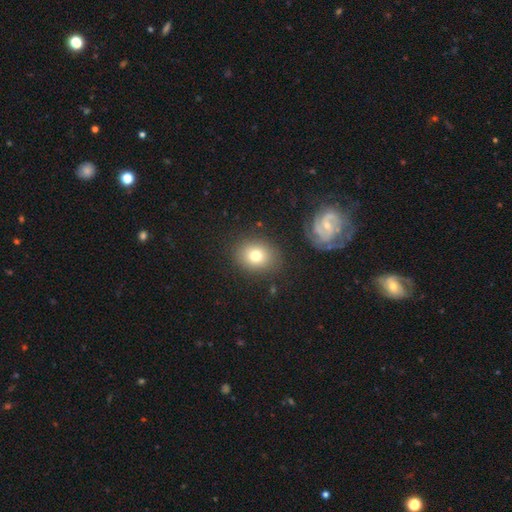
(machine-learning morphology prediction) This appears to be a smooth galaxy with no disk features (76%) that is round (59%). Merging: none (84%).